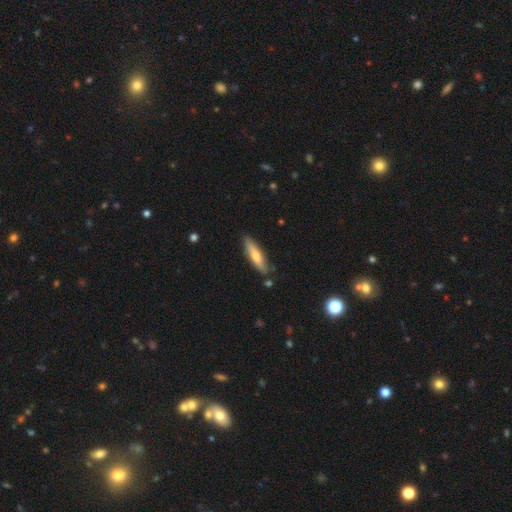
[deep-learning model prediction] Smooth or featured? Predicted: smooth (p=0.56). How rounded? Predicted: cigar-shaped (p=0.75). Merging? Predicted: none (p=0.81).